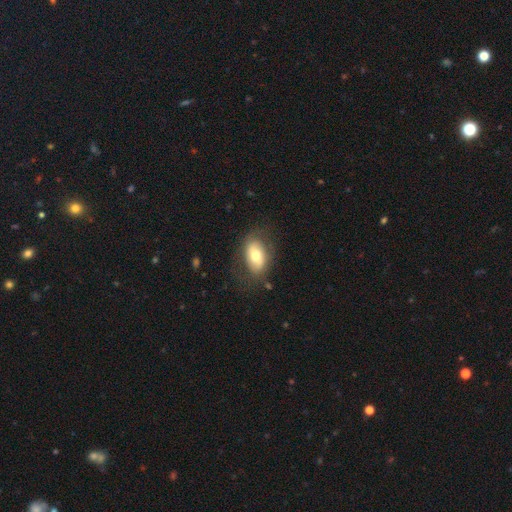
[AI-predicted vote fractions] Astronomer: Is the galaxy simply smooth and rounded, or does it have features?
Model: smooth — 64%.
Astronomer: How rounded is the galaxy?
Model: in between — 89%.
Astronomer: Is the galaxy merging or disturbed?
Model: none — 72%.